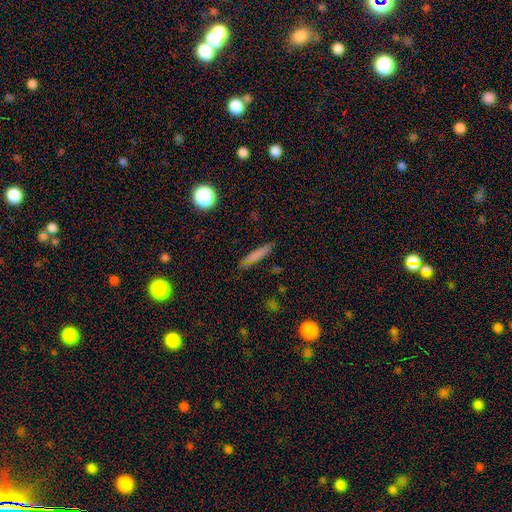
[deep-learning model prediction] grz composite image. It shows a smooth galaxy with no disk features (73%) that is cigar-shaped (88%). Merging: none (81%).